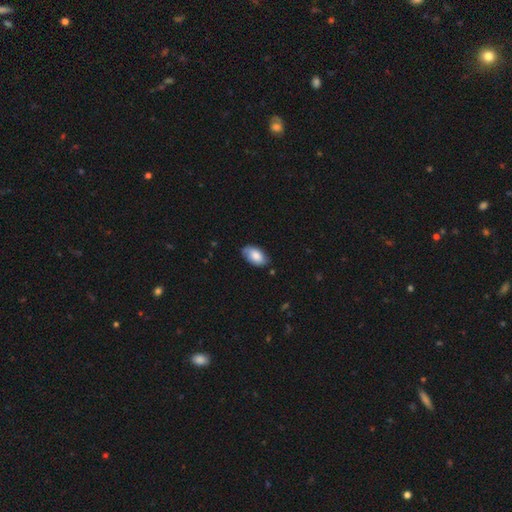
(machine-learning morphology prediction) Q: Smooth or featured?
A: smooth (78%); runner-up: featured or disk (16%)
Q: How rounded?
A: in between (94%); runner-up: round (4%)
Q: Merging?
A: none (73%); runner-up: minor disturbance (22%)